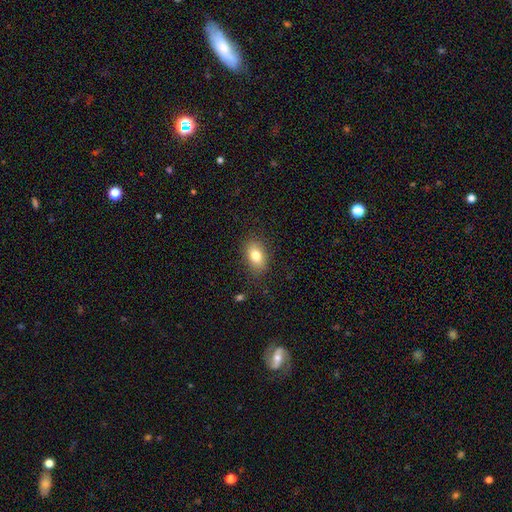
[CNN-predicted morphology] Smooth or featured?
  - smooth: 79% *
  - featured or disk: 12%
  - star or artifact: 9%
How rounded?
  - in between: 85% *
  - round: 13%
  - cigar-shaped: 2%
Merging?
  - none: 84% *
  - minor disturbance: 11%
  - major disturbance: 3%
  - merger: 1%